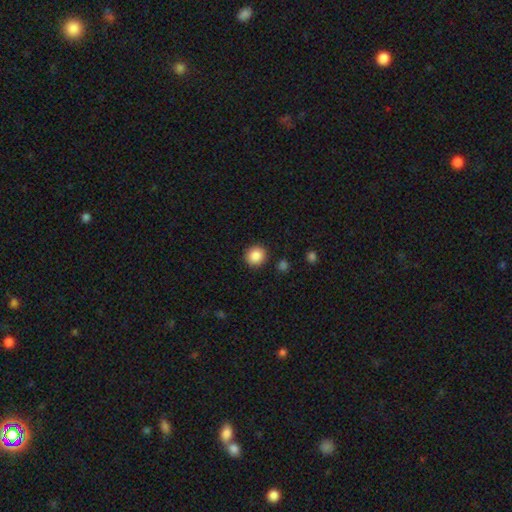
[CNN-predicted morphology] type=smooth (87%); roundness=round (90%); merging=none (90%).